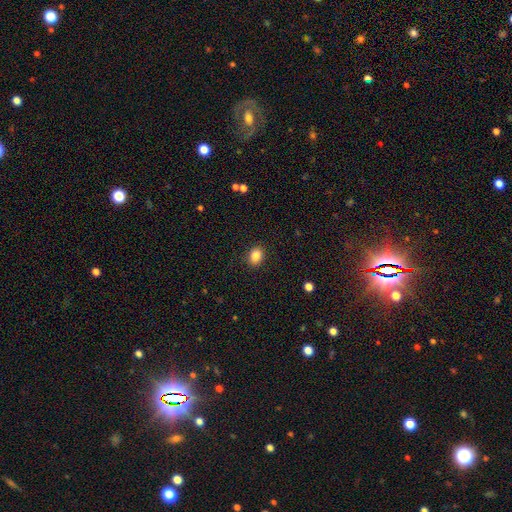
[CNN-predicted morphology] Overall: smooth (86%). How rounded: in between (60%; round 40%). Merging: none (89%).